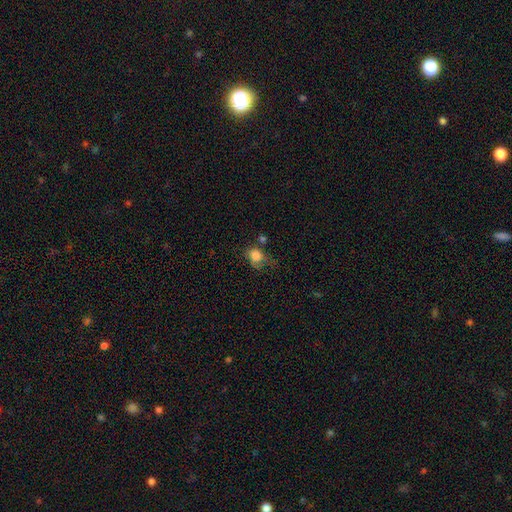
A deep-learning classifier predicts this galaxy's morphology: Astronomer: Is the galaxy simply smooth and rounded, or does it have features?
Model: smooth — 79%.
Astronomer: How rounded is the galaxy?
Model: round — 56% (runner-up: in between, 43%).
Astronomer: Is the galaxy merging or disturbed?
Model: none — 36% (runner-up: minor disturbance, 30%).